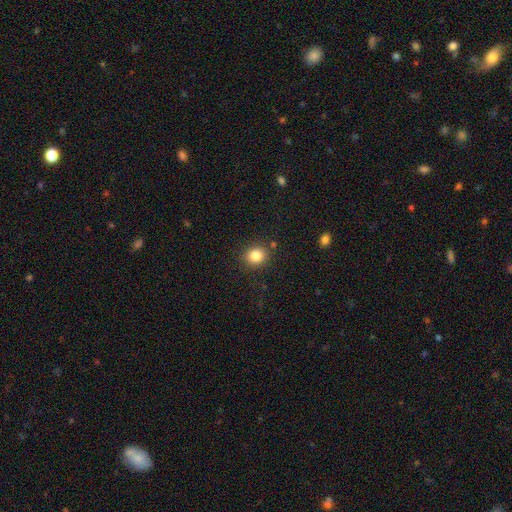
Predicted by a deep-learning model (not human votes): Smooth or featured: smooth — 83% (star or artifact — 11%)
How rounded: round — 79% (in between — 20%)
Merging: none — 87% (minor disturbance — 8%)